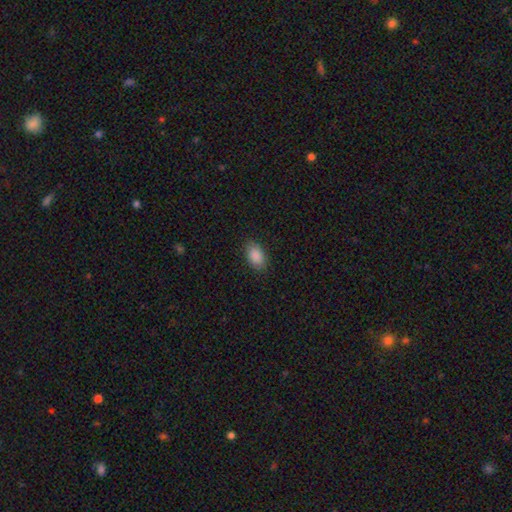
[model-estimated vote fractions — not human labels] A smooth galaxy with no disk features (89%) that is in between round and cigar-shaped (91%). Merging: none (87%).